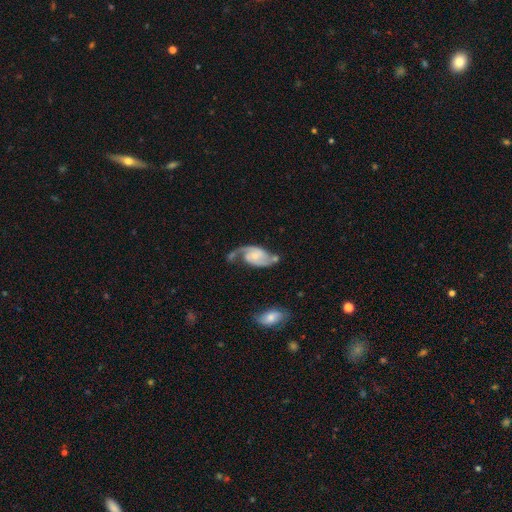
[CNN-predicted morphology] Smooth or featured? featured or disk (84%)
Edge-on disk? no (97%)
Bar? no (56%)
Spiral arms? yes (96%)
Spiral winding? medium (46%)
Spiral arm count? 2 (84%)
Bulge size? small (59%)
Merging? none (47%)